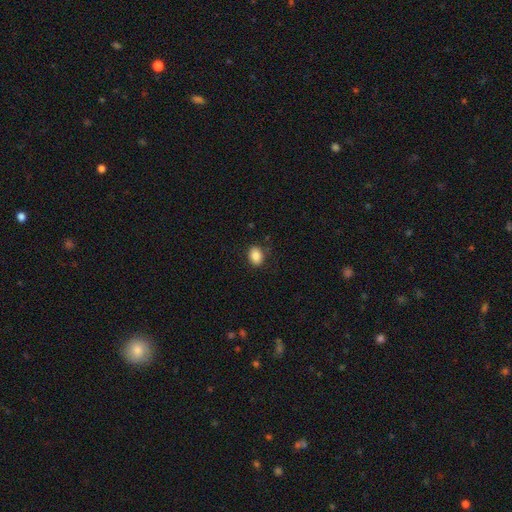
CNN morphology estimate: Smooth or featured? smooth (86%)
How rounded? in between (68%)
Merging? none (85%)